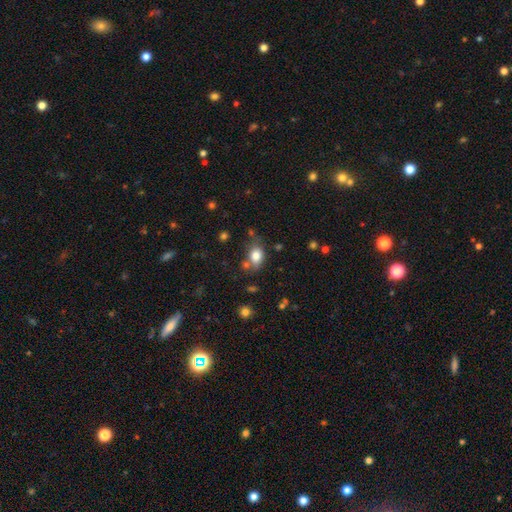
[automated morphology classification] Smooth or featured? Predicted: smooth (p=0.81). How rounded? Predicted: in between (p=0.69). Merging? Predicted: none (p=0.62).